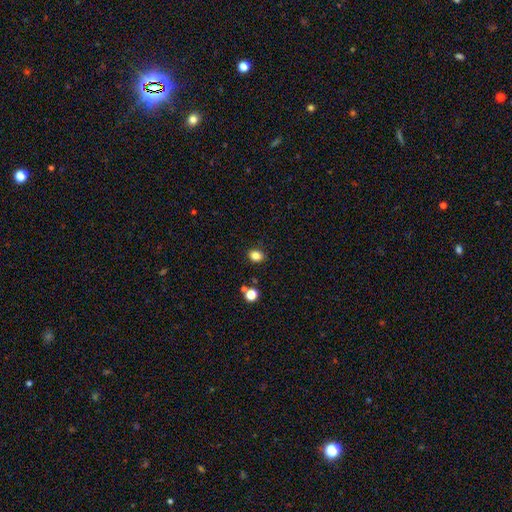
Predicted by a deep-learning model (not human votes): Smooth or featured?
  - smooth: 83% *
  - star or artifact: 12%
  - featured or disk: 5%
How rounded?
  - in between: 51% *
  - round: 49%
  - cigar-shaped: 1%
Merging?
  - none: 87% *
  - minor disturbance: 8%
  - major disturbance: 2%
  - merger: 2%